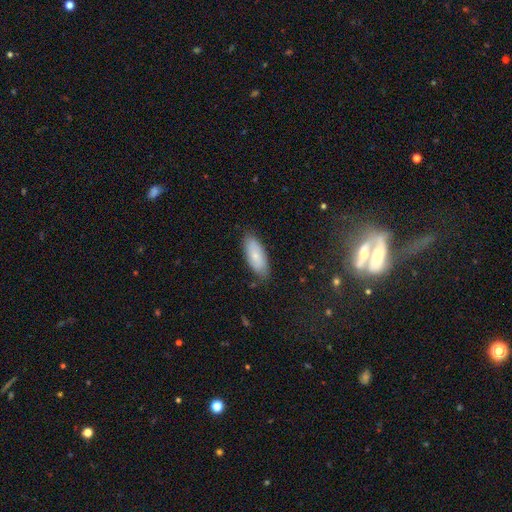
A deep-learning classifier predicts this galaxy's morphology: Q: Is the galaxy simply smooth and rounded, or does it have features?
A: smooth — 74%.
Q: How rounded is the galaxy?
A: in between — 80%.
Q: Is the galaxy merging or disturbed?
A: none — 81%.